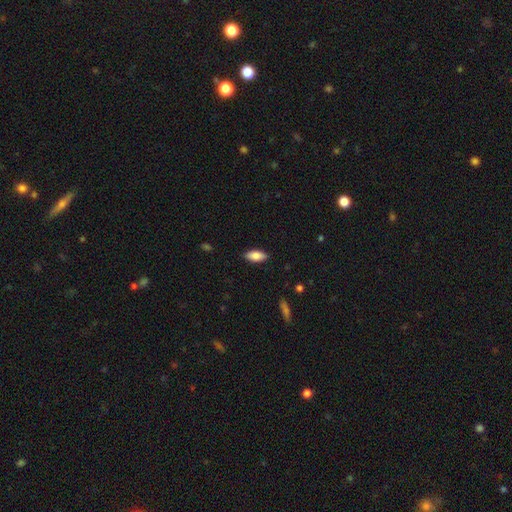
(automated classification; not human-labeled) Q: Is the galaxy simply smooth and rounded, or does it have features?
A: smooth — 80%.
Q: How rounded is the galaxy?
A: in between — 85%.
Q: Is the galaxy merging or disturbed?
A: none — 87%.